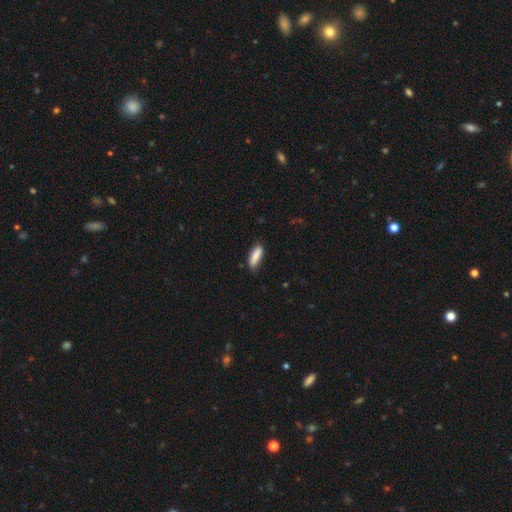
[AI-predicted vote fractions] smooth 85%, featured or disk 8%, star or artifact 7%. Down the decision tree: how rounded — in between (49%, tied with cigar-shaped); merging — none (73%).